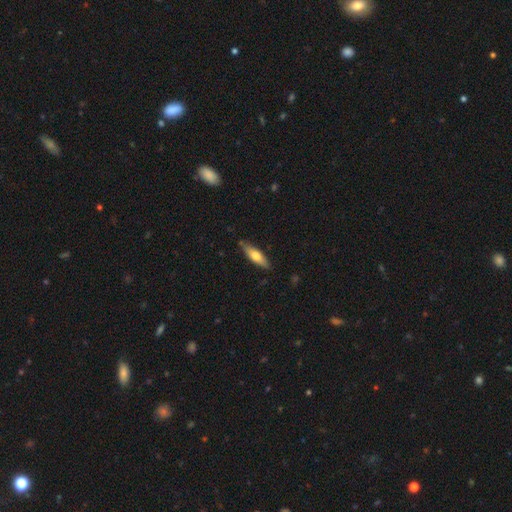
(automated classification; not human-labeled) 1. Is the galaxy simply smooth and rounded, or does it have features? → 59% smooth, 35% featured or disk, 6% star or artifact.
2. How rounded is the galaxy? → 60% cigar-shaped, 38% in between, 2% round.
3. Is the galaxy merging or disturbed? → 84% none, 13% minor disturbance, 2% major disturbance, 2% merger.